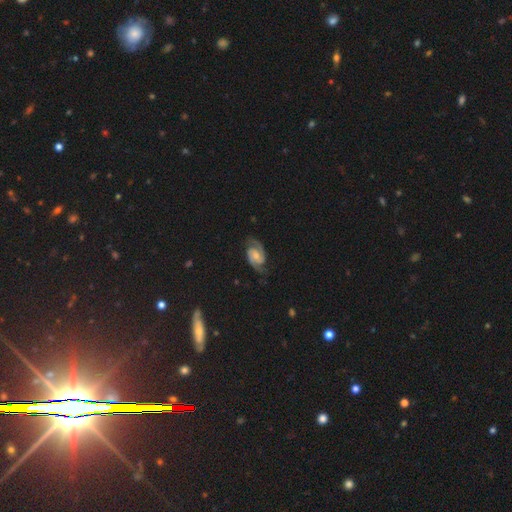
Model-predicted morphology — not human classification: This is clearly a featured or disk galaxy (89%). It is clearly not viewed edge-on (98%). Bar: possibly weak (46%). Spiral arm pattern: clearly yes (98%). Spiral arm count: clearly 2 (94%). Spiral winding: possibly medium (52%). Central bulge: marginally moderate (42%). Merging: clearly none (81%).